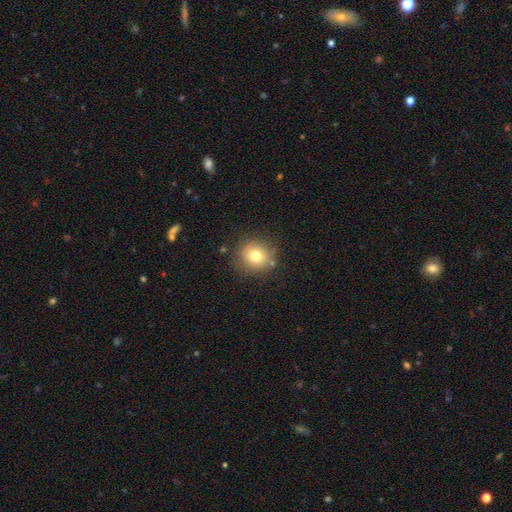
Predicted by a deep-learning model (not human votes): Smooth or featured? smooth (74%)
How rounded? round (89%)
Merging? none (81%)